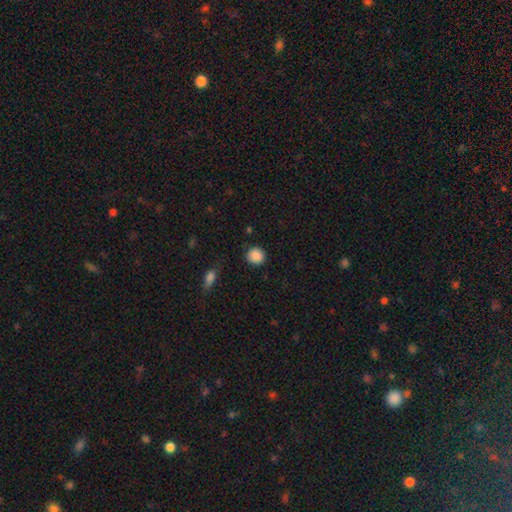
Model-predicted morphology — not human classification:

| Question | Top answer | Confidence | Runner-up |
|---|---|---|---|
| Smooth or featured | smooth | 88% | star or artifact (9%) |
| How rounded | round | 91% | in between (8%) |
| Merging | none | 88% | minor disturbance (8%) |